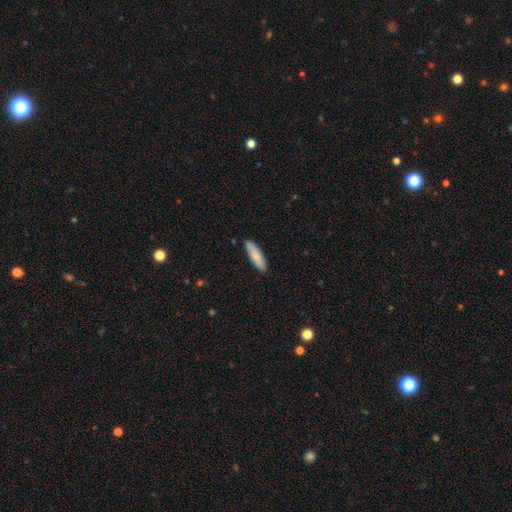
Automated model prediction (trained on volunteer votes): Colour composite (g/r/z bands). It shows a smooth galaxy with no disk features (84%) that is cigar-shaped (58%). Merging: none (87%).